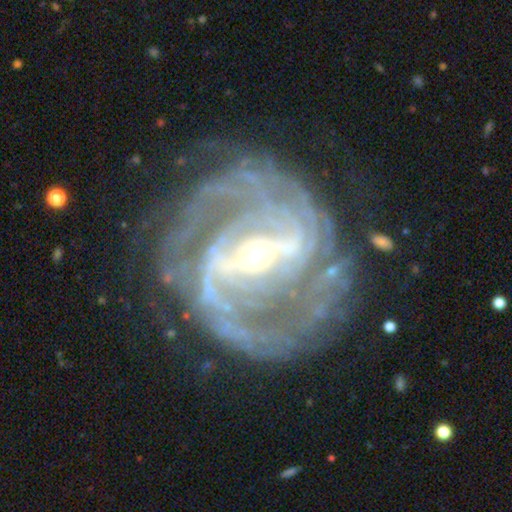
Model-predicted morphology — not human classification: smooth_or_featured: featured or disk (p=0.91) [alt: star or artifact p=0.06]
disk_edge_on: no (p=0.97) [alt: yes p=0.03]
bar: strong (p=0.62) [alt: weak p=0.29]
has_spiral_arms: yes (p=0.97) [alt: no p=0.03]
spiral_winding: tight (p=0.55) [alt: medium p=0.36]
spiral_arm_count: 2 (p=0.41) [alt: can't tell p=0.18]
bulge_size: small (p=0.66) [alt: moderate p=0.29]
merging: none (p=0.73) [alt: minor disturbance p=0.15]